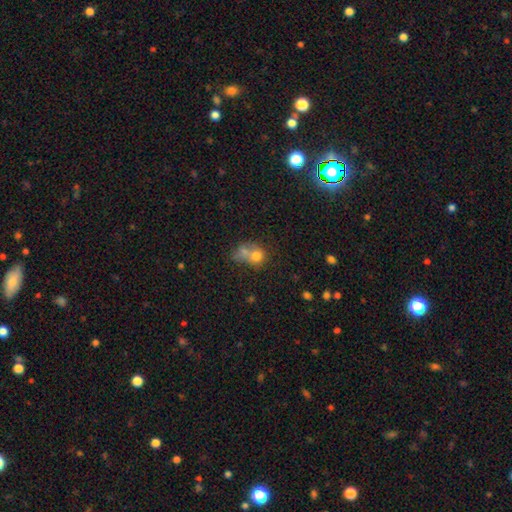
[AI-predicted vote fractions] Morphology: type=smooth (67%); roundness=round (68%); merging=merger (53%).